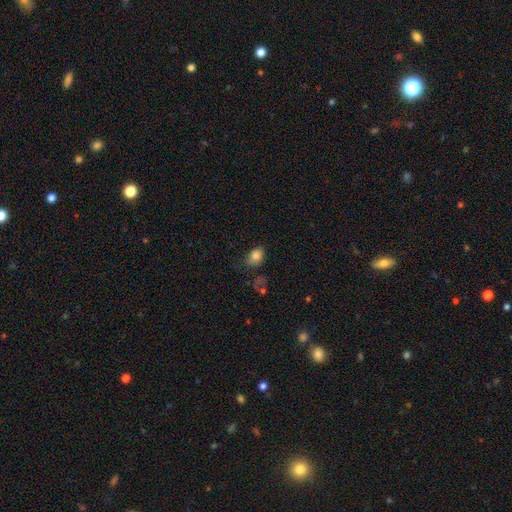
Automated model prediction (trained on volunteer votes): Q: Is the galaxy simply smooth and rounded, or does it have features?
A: smooth — 83%.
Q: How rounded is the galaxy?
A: in between — 74%.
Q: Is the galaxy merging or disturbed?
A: none — 52%.